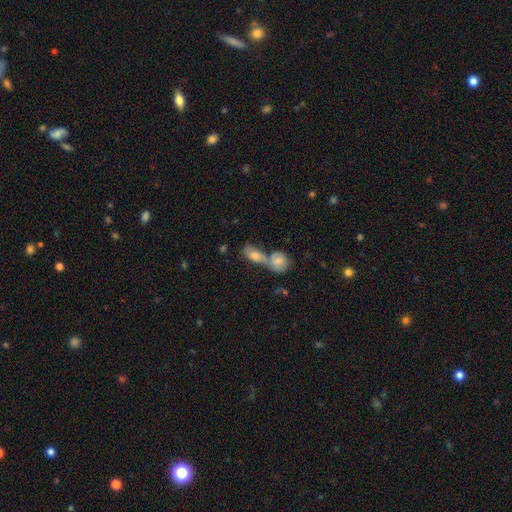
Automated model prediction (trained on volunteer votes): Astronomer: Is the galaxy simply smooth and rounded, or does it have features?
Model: smooth — 58%.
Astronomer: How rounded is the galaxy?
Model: in between — 64%.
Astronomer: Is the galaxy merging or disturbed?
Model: merger — 58%.